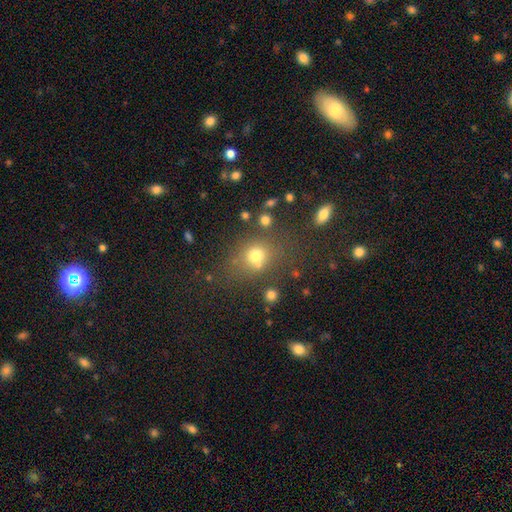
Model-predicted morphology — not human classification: type=smooth (70%); roundness=round (67%); merging=none (62%).